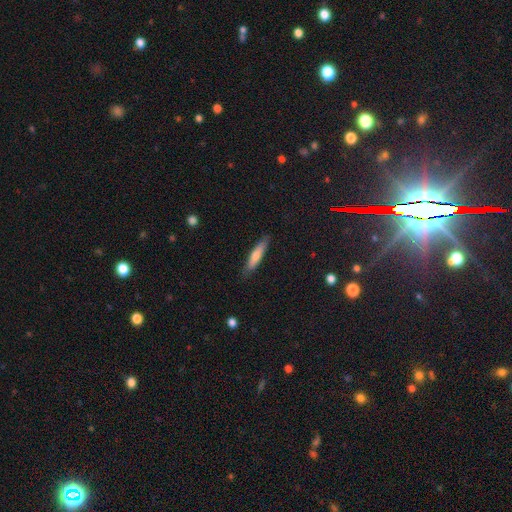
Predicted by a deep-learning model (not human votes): Overall: smooth (66%; featured or disk 27%). How rounded: cigar-shaped (87%). Merging: none (84%).